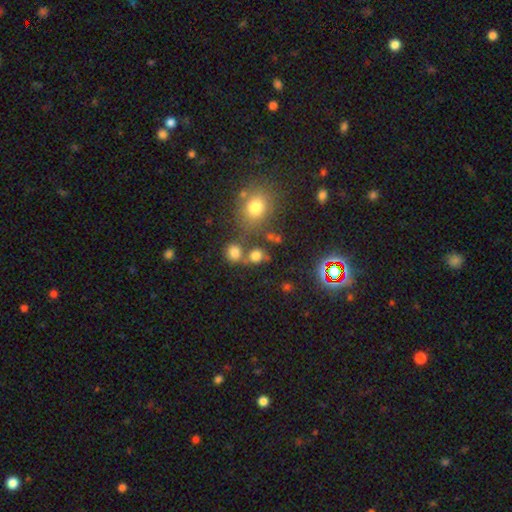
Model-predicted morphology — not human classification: A smooth galaxy with no disk features (70%) that is round (73%).

Vote fractions:
- Smooth or featured? smooth: 70% / star or artifact: 19% / featured or disk: 10%
- How rounded? round: 73% / in between: 25% / cigar-shaped: 2%
- Merging? none: 54% / merger: 28% / minor disturbance: 12% / major disturbance: 7%